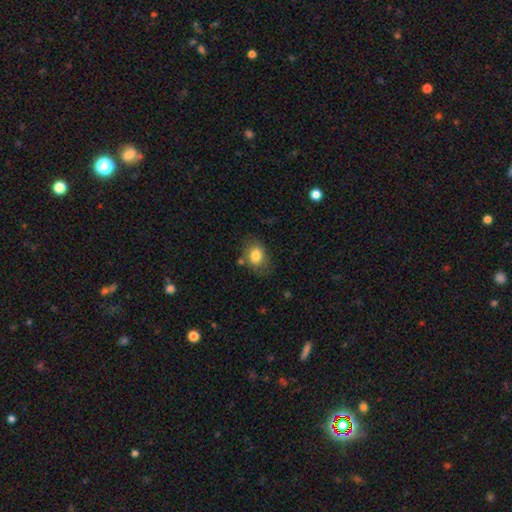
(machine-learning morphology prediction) Overall: smooth (80%). How rounded: in between (60%; round 39%). Merging: none (68%).